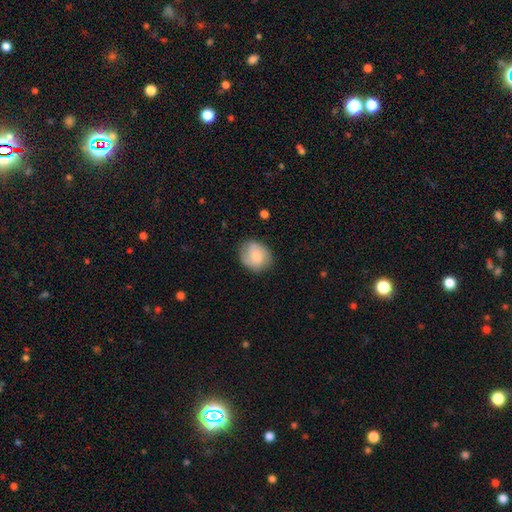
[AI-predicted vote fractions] A smooth galaxy with no disk features (66%) that is round (65%). Merging: none (75%).